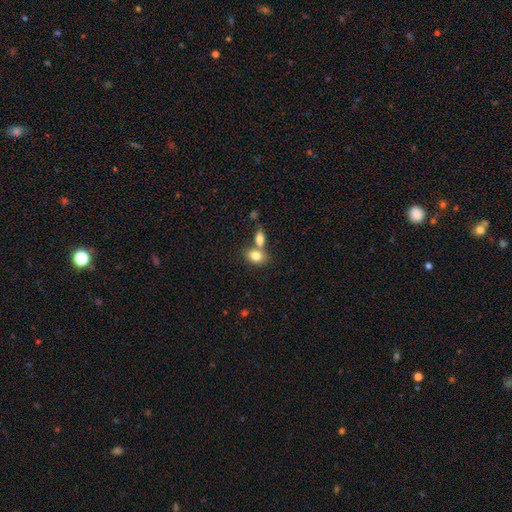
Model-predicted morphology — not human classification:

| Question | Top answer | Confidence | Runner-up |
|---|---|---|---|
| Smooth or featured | smooth | 81% | featured or disk (11%) |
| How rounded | in between | 76% | round (22%) |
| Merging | merger | 45% | none (42%) |